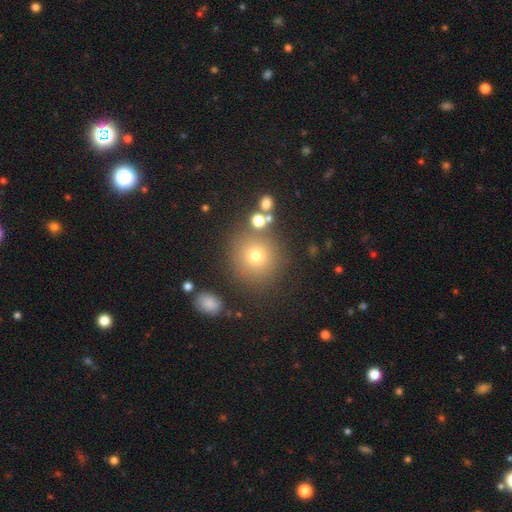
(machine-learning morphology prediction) Q: Smooth or featured?
A: smooth (70%); runner-up: star or artifact (18%)
Q: How rounded?
A: round (92%); runner-up: in between (7%)
Q: Merging?
A: none (80%); runner-up: minor disturbance (9%)